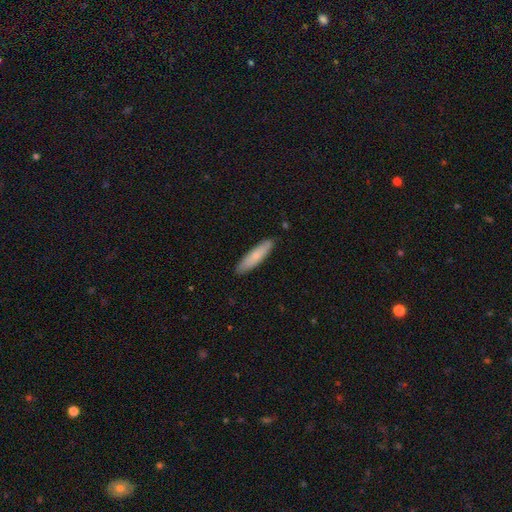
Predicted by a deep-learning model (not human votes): smooth-or-featured: smooth: 74% | featured or disk: 21% | star or artifact: 6%
  how-rounded: cigar-shaped: 80% | in between: 19% | round: 1%
  merging: none: 88% | minor disturbance: 10% | major disturbance: 2% | merger: 1%